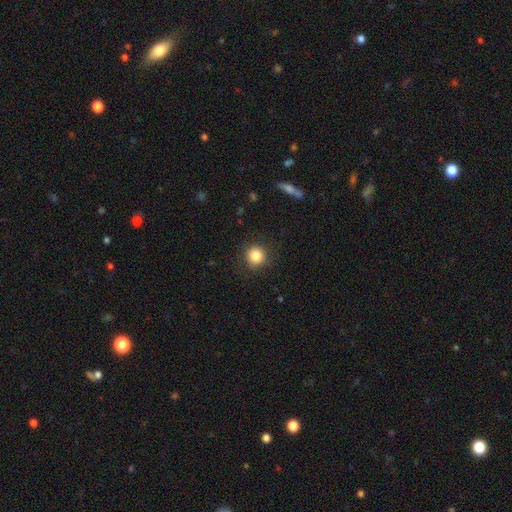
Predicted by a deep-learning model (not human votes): smooth 84%, star or artifact 11%, featured or disk 5%. Down the decision tree: how rounded — round (92%); merging — none (88%).